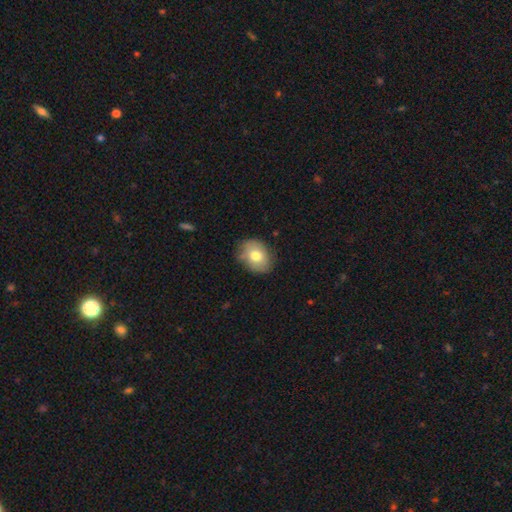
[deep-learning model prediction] Q: Smooth or featured?
A: smooth (74%); runner-up: featured or disk (18%)
Q: How rounded?
A: in between (63%); runner-up: round (37%)
Q: Merging?
A: none (76%); runner-up: minor disturbance (19%)